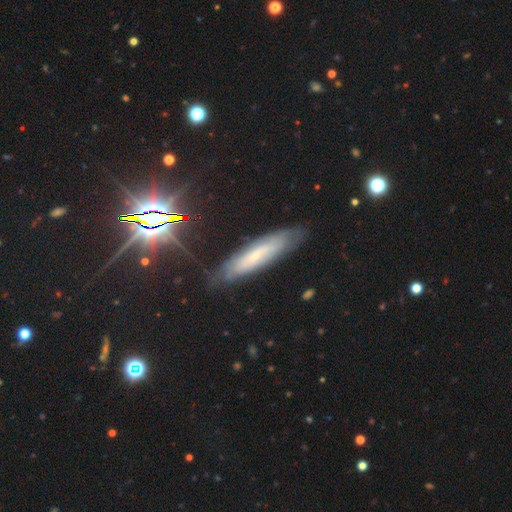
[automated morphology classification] Smooth or featured? Predicted: featured or disk (p=0.49). Merging? Predicted: none (p=0.79).